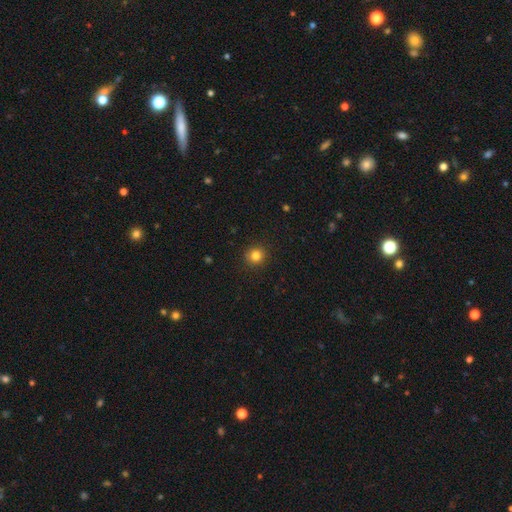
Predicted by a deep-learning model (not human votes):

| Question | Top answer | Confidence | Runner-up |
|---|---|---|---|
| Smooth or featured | smooth | 83% | star or artifact (12%) |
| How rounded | round | 92% | in between (7%) |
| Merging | none | 92% | minor disturbance (6%) |